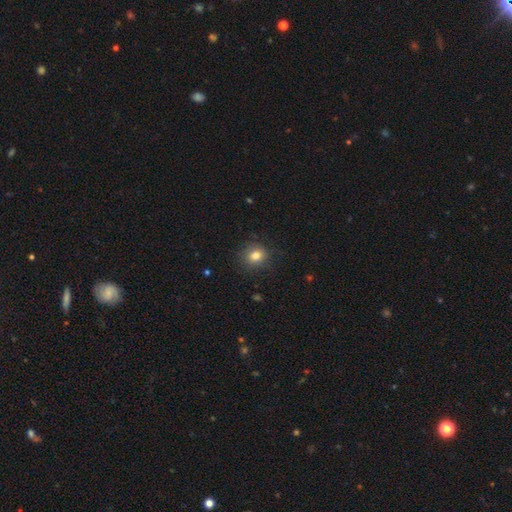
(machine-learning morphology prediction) This appears to be a smooth galaxy with no disk features (79%) that is round (77%). Merging: none (82%).